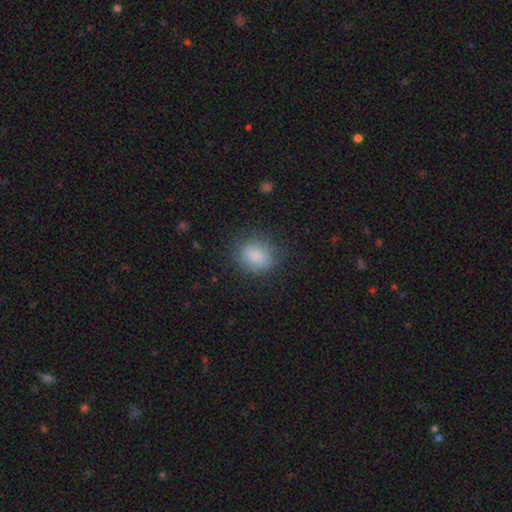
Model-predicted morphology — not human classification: A smooth galaxy with no disk features (85%) that is round (66%). Merging: none (76%).